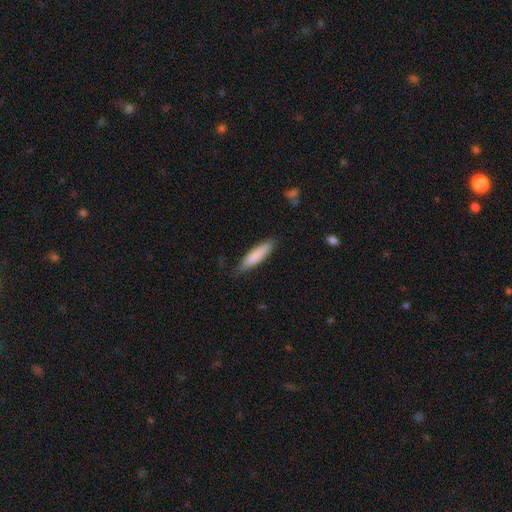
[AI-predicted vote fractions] Q: Smooth or featured?
A: smooth (85%); runner-up: featured or disk (10%)
Q: How rounded?
A: cigar-shaped (72%); runner-up: in between (27%)
Q: Merging?
A: none (83%); runner-up: minor disturbance (14%)